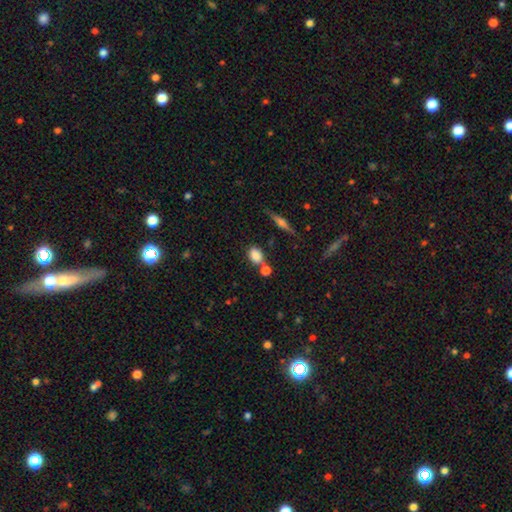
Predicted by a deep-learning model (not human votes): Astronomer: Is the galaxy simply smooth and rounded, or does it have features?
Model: smooth — 82%.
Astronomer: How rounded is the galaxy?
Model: in between — 74%.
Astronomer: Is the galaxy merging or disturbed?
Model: none — 59%.